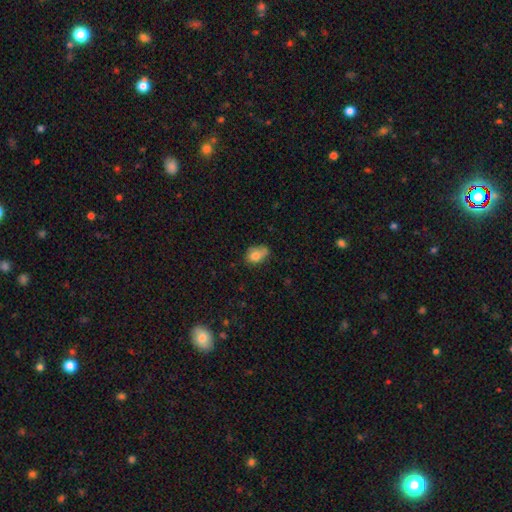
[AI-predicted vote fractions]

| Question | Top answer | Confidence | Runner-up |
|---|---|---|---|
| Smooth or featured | smooth | 76% | featured or disk (15%) |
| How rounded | in between | 78% | round (21%) |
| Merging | none | 47% | minor disturbance (37%) |